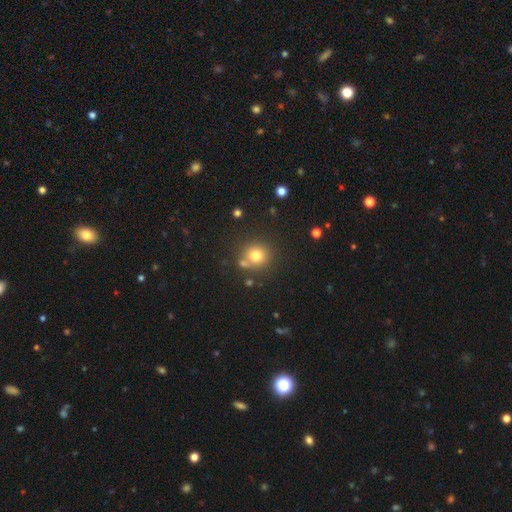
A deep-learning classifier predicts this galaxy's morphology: smooth_or_featured: smooth (p=0.76) [alt: star or artifact p=0.14]
how_rounded: round (p=0.90) [alt: in between p=0.09]
merging: none (p=0.71) [alt: merger p=0.16]